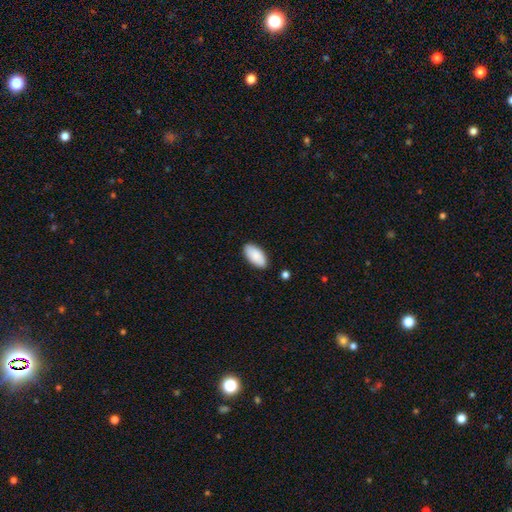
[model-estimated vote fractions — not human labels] smooth 89%, star or artifact 6%, featured or disk 5%. Down the decision tree: how rounded — in between (95%); merging — none (87%).